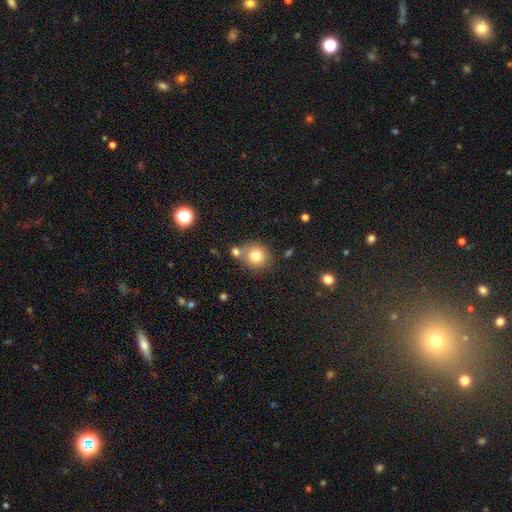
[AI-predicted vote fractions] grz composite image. It shows a smooth galaxy with no disk features (80%) that is round (86%). Merging: none (65%).